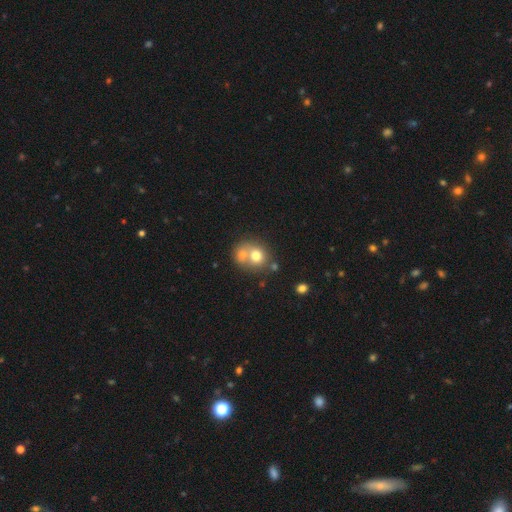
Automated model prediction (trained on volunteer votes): Morphology: type=smooth (70%); roundness=round (74%); merging=merger (57%).